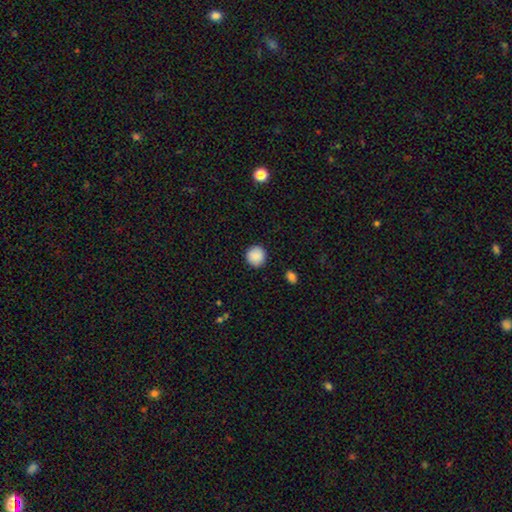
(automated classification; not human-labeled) Q: Smooth or featured?
A: smooth (89%); runner-up: star or artifact (8%)
Q: How rounded?
A: round (95%); runner-up: in between (4%)
Q: Merging?
A: none (92%); runner-up: minor disturbance (5%)